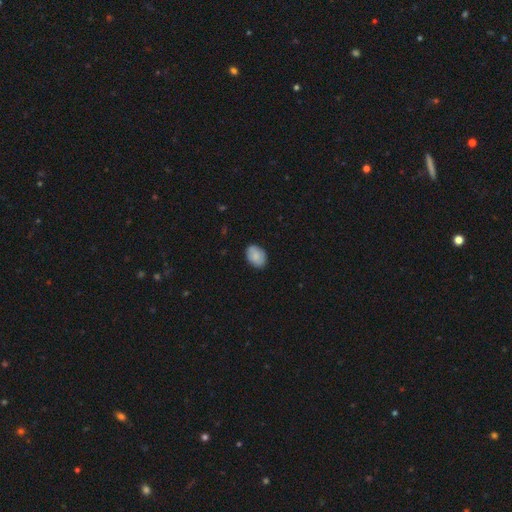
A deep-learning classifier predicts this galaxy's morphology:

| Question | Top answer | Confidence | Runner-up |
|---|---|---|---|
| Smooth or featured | smooth | 85% | featured or disk (8%) |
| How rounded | in between | 82% | round (17%) |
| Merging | none | 85% | minor disturbance (12%) |